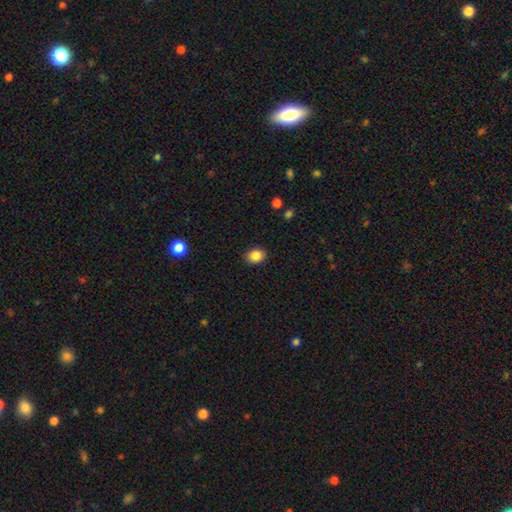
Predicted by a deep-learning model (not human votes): Morphology: type=smooth (87%); roundness=round (52%); merging=none (89%).